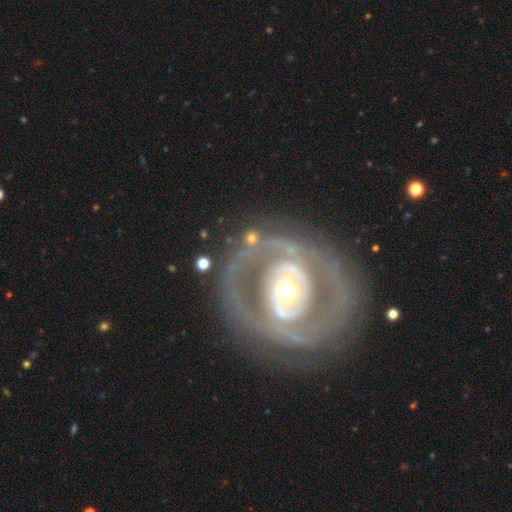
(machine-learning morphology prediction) This appears to be a featured or disk galaxy (80%) with no bar (58%), spiral arms (57%) and a moderate central bulge (64%). Merging: none (72%).